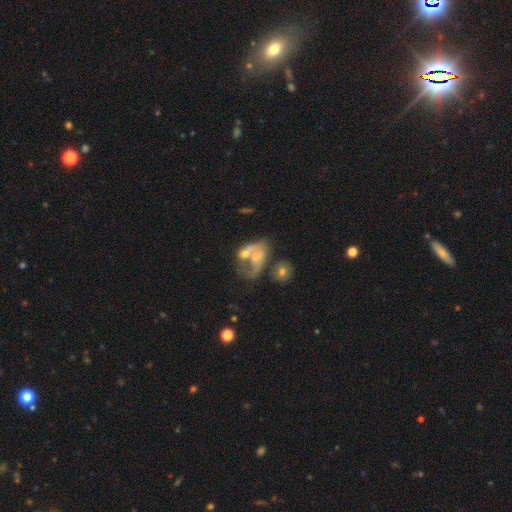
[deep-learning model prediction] Q: Smooth or featured?
A: featured or disk (54%); runner-up: smooth (36%)
Q: Edge-on disk?
A: no (96%); runner-up: yes (4%)
Q: Bar?
A: no (75%); runner-up: weak (19%)
Q: Spiral arms?
A: no (65%); runner-up: yes (35%)
Q: Bulge size?
A: moderate (45%); runner-up: small (30%)
Q: Merging?
A: merger (47%); runner-up: major disturbance (22%)